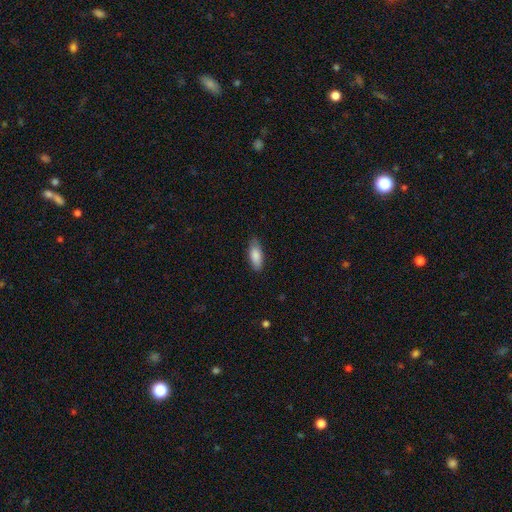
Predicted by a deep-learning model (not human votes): This appears to be a smooth galaxy with no disk features (85%) that is in between round and cigar-shaped (76%). Merging: none (82%).